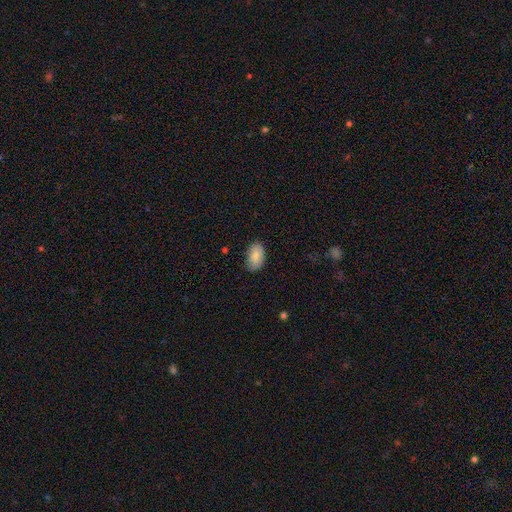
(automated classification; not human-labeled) Smooth or featured: smooth — 88% (star or artifact — 6%)
How rounded: in between — 94% (round — 5%)
Merging: none — 81% (minor disturbance — 15%)